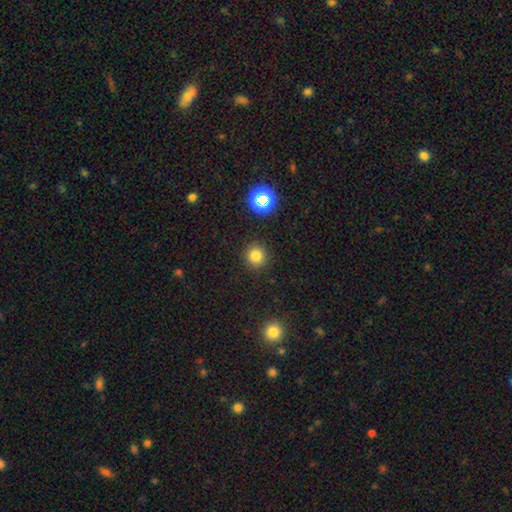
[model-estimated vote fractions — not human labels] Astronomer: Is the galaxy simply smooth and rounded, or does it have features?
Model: smooth — 78%.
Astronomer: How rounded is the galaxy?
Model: round — 93%.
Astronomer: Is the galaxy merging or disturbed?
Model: none — 90%.